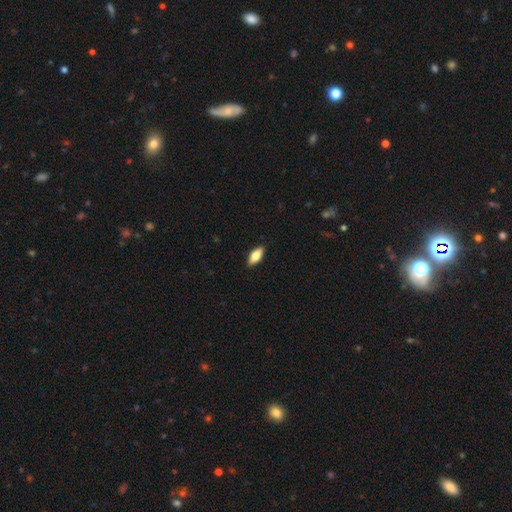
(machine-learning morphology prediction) Smooth or featured?
  - smooth: 73% *
  - featured or disk: 21%
  - star or artifact: 6%
How rounded?
  - in between: 80% *
  - cigar-shaped: 18%
  - round: 3%
Merging?
  - none: 89% *
  - minor disturbance: 8%
  - major disturbance: 2%
  - merger: 1%